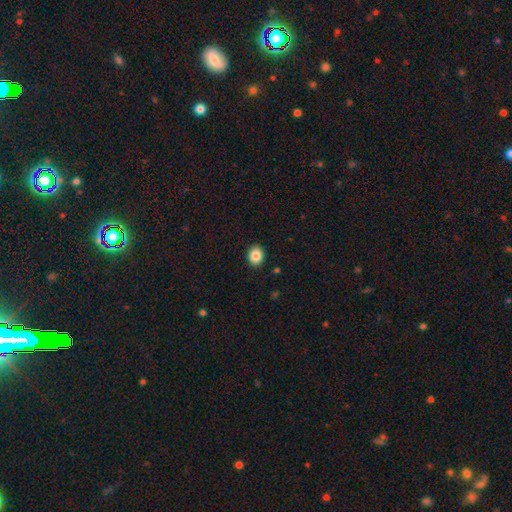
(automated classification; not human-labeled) The model was most divided on "how rounded": round: 58%, in between: 41%, cigar-shaped: 1%. More confident: merging — none (91%); smooth or featured — smooth (86%).